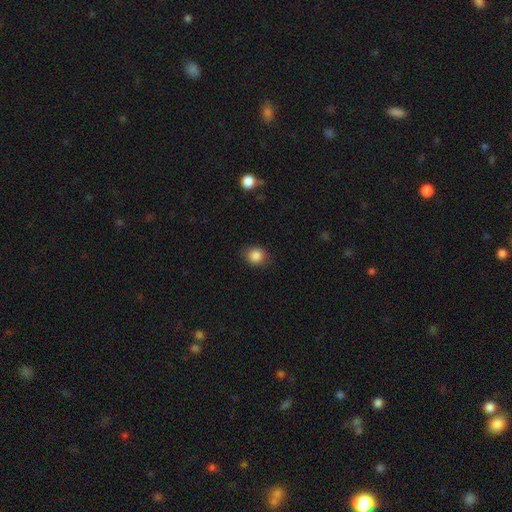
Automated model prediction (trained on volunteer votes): A smooth galaxy with no disk features (87%) that is round (73%). Merging: none (83%).